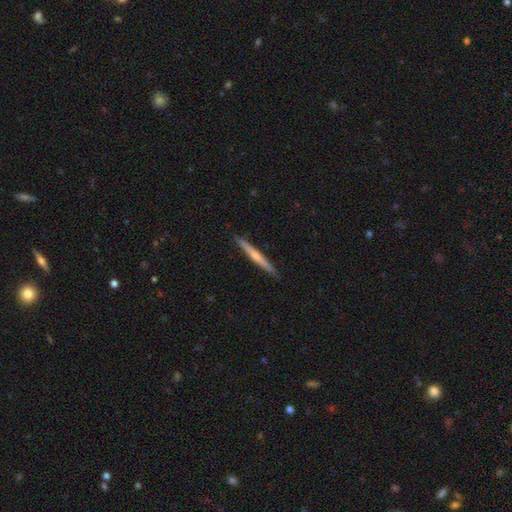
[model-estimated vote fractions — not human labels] A featured or disk galaxy (51%) viewed edge-on (97%). Merging: none (91%).